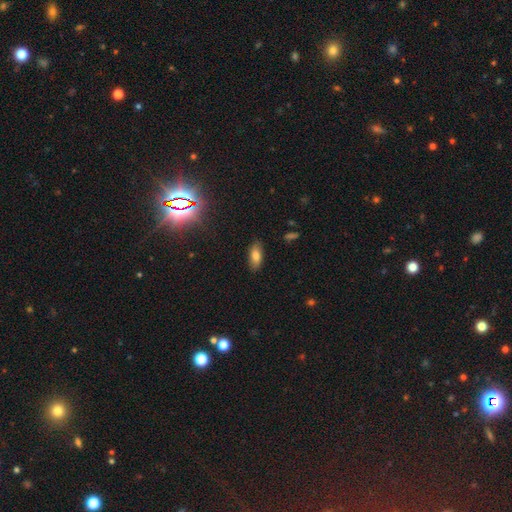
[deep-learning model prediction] Overall: smooth (78%). How rounded: in between (85%). Merging: none (85%).